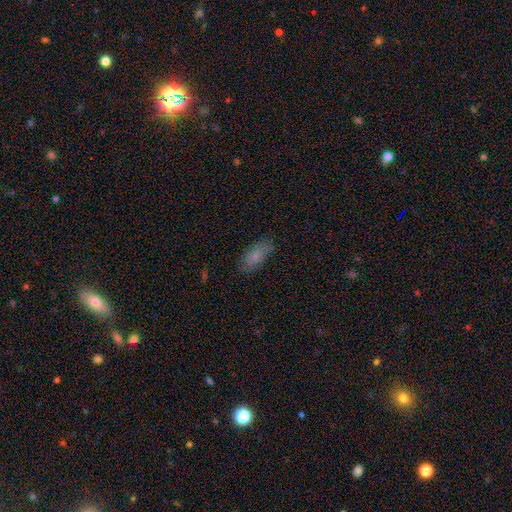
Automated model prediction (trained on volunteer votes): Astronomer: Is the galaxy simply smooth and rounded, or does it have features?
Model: smooth — 76%.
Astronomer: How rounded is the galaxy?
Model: in between — 84%.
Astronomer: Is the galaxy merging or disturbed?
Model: none — 78%.